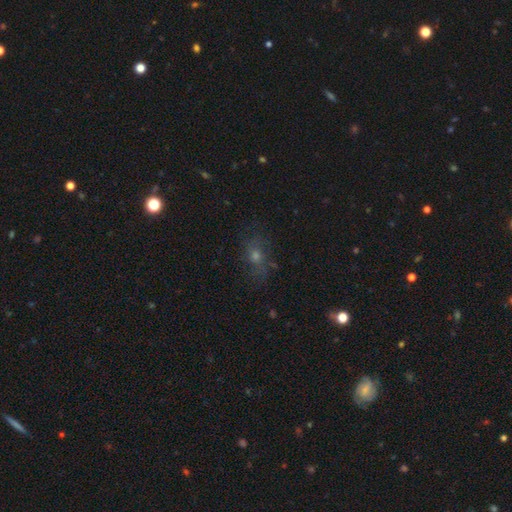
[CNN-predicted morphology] A smooth galaxy with no disk features (39%).

Vote fractions:
- Smooth or featured? smooth: 39% / featured or disk: 32% / star or artifact: 29%
- Merging? none: 70% / minor disturbance: 18% / major disturbance: 10% / merger: 2%